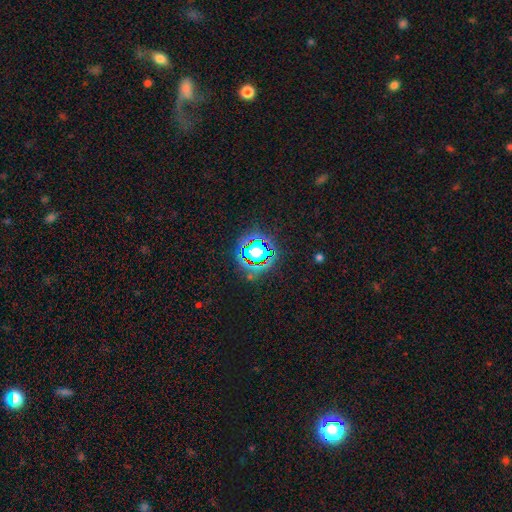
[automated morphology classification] smooth-or-featured: star or artifact: 77% | smooth: 14% | featured or disk: 9%